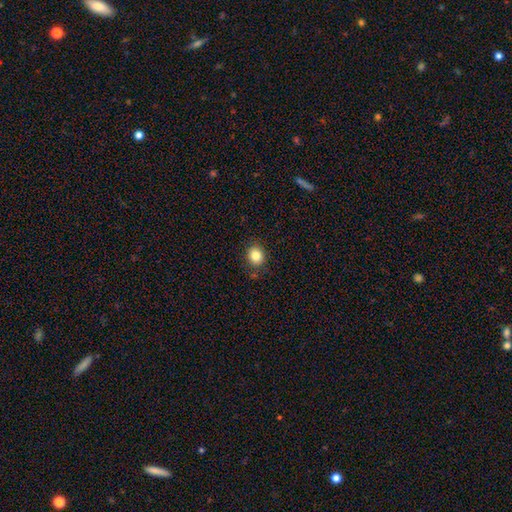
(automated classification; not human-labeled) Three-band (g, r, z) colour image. It shows a smooth galaxy with no disk features (84%) that is round (68%). Merging: none (85%).